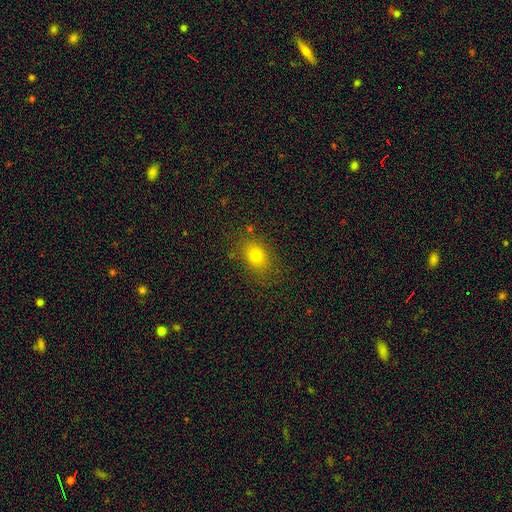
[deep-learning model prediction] This appears to be a smooth galaxy with no disk features (75%) that is in between round and cigar-shaped (64%). Merging: none (80%).